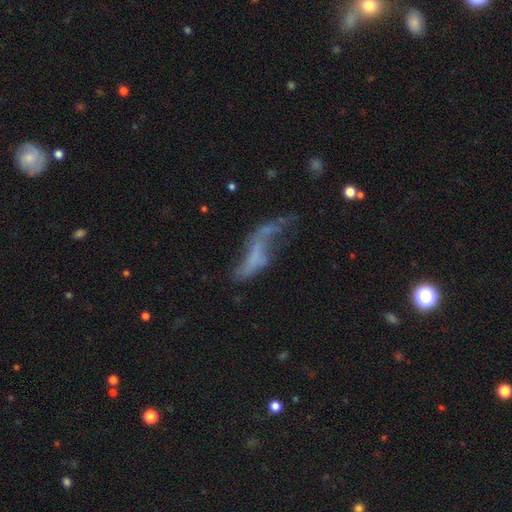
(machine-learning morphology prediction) This is possibly a featured or disk galaxy (51%). It is clearly not viewed edge-on (85%). Merging: marginally major disturbance (43%).